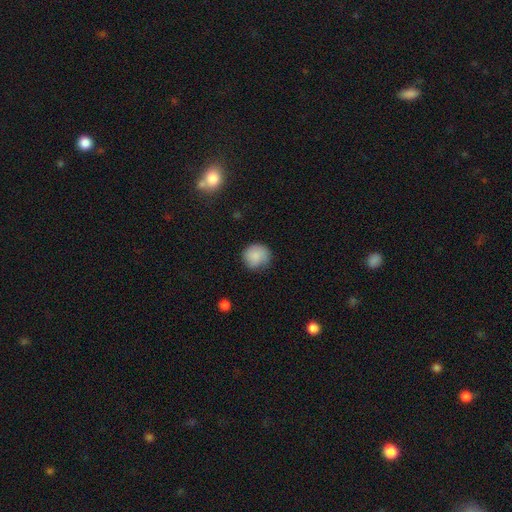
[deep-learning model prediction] Morphology: type=smooth (85%); roundness=round (90%); merging=none (74%).